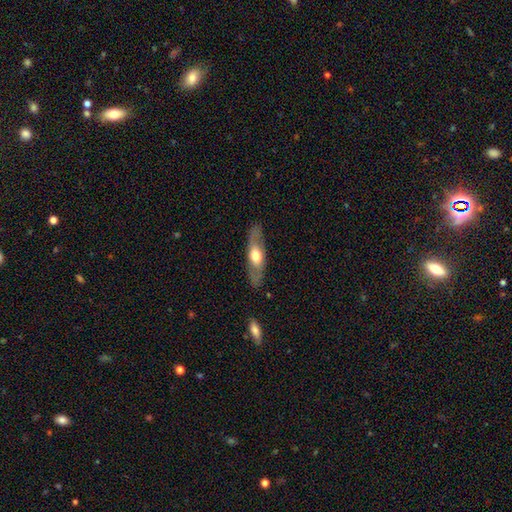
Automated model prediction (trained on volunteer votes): Morphology: type=featured or disk (51%); edge-on=no (53%); merging=none (84%).